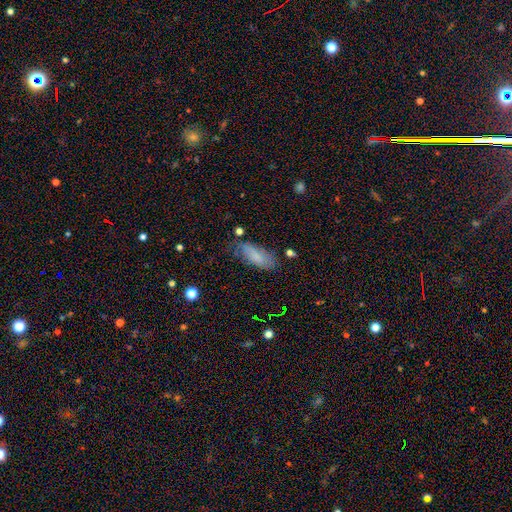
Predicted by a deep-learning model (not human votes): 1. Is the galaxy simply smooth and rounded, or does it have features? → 74% smooth, 17% featured or disk, 9% star or artifact.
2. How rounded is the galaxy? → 75% in between, 23% cigar-shaped, 2% round.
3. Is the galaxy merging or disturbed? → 61% none, 27% minor disturbance, 9% major disturbance, 3% merger.